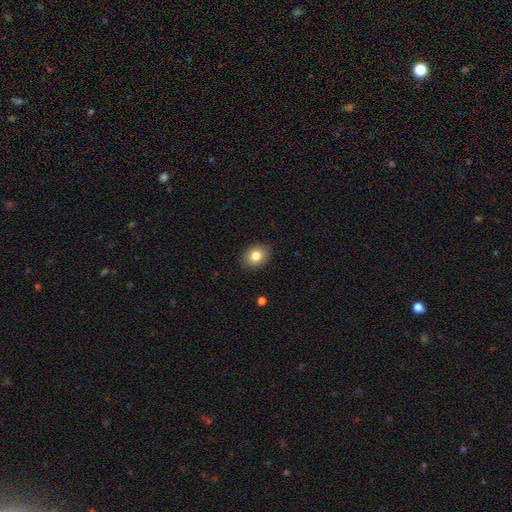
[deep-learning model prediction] This is clearly a smooth galaxy (82%). How rounded: possibly in between (57%). Merging: clearly none (89%).